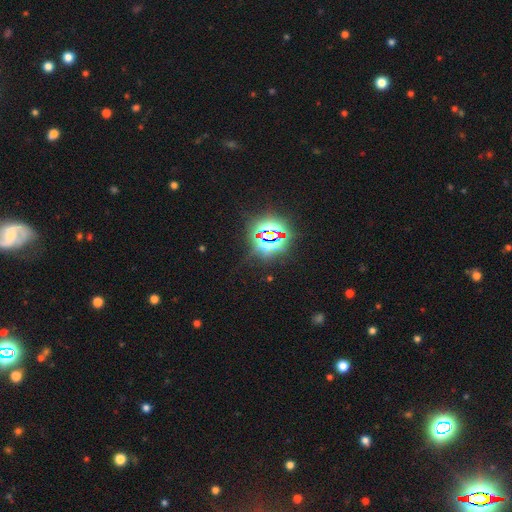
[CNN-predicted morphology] A star or artifact, not a galaxy (84%).